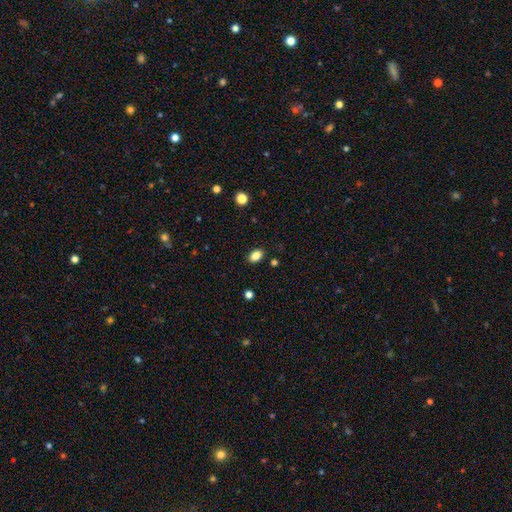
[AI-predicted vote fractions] Overall: smooth (86%). How rounded: in between (84%). Merging: none (88%).